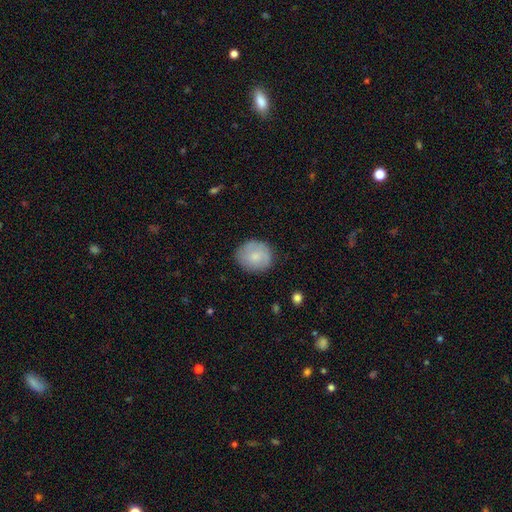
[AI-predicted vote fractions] smooth_or_featured: smooth (p=0.73) [alt: featured or disk p=0.21]
how_rounded: round (p=0.81) [alt: in between p=0.18]
merging: none (p=0.81) [alt: minor disturbance p=0.14]